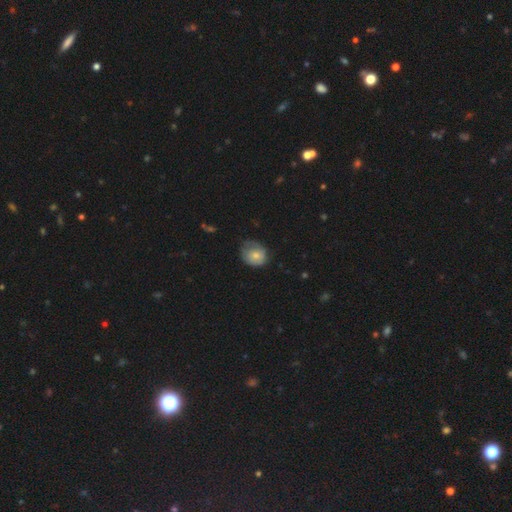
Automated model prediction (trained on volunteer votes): A smooth galaxy with no disk features (70%) that is round (63%).

Vote fractions:
- Smooth or featured? smooth: 70% / featured or disk: 23% / star or artifact: 7%
- How rounded? round: 63% / in between: 36% / cigar-shaped: 1%
- Merging? none: 48% / minor disturbance: 35% / major disturbance: 15% / merger: 1%